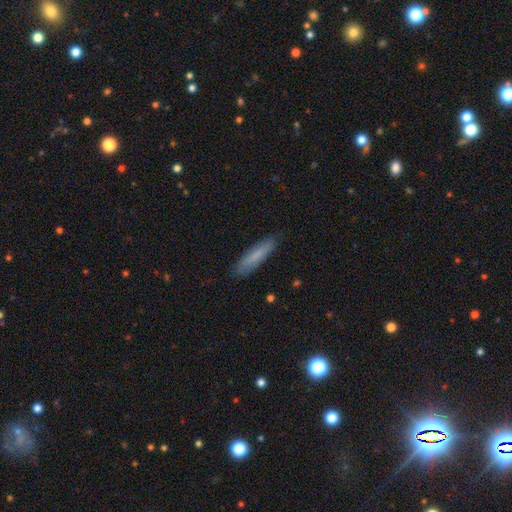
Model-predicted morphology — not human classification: smooth_or_featured: smooth (p=0.77) [alt: featured or disk p=0.16]
how_rounded: cigar-shaped (p=0.84) [alt: in between p=0.15]
merging: none (p=0.87) [alt: minor disturbance p=0.10]